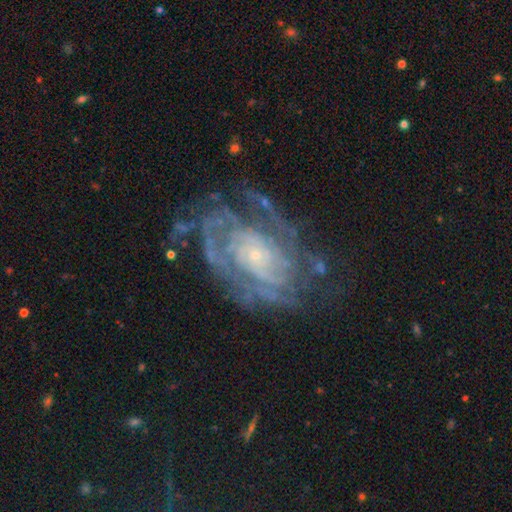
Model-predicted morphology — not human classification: smooth-or-featured: featured or disk: 87% | star or artifact: 7% | smooth: 6%
  disk-edge-on: no: 96% | yes: 4%
    bar: no: 75% | weak: 19% | strong: 6%
    has-spiral-arms: yes: 94% | no: 6%
      spiral-winding: tight: 67% | medium: 26% | loose: 7%
      spiral-arm-count: can't tell: 34% | 2: 18% | 4: 16% | 3: 16% | more than 4: 10% | 1: 7%
    bulge-size: small: 82% | moderate: 12% | none: 3% | large: 2% | dominant: 1%
  merging: none: 64% | minor disturbance: 19% | major disturbance: 14% | merger: 2%